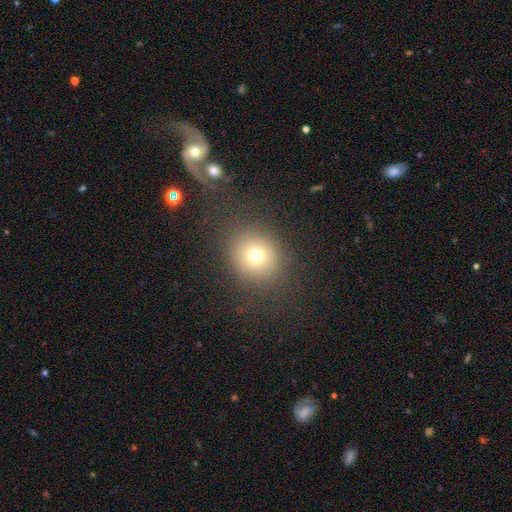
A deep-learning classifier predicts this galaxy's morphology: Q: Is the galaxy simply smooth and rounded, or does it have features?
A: smooth — 72%.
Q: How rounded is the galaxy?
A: round — 83%.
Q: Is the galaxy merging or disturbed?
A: none — 85%.